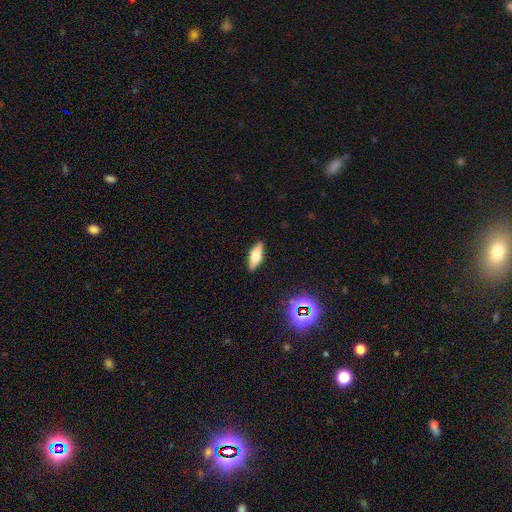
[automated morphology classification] A smooth galaxy with no disk features (53%) that is in between round and cigar-shaped (63%).

Vote fractions:
- Smooth or featured? smooth: 53% / featured or disk: 38% / star or artifact: 9%
- How rounded? in between: 63% / cigar-shaped: 34% / round: 3%
- Merging? none: 88% / minor disturbance: 8% / major disturbance: 2% / merger: 1%